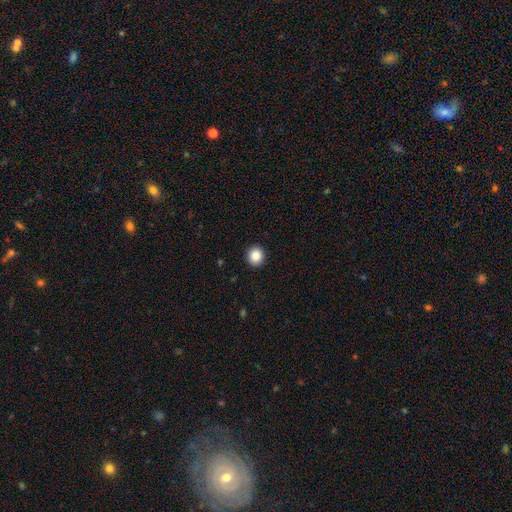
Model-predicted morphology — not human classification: This appears to be a smooth galaxy with no disk features (87%) that is round (88%). Merging: none (92%).